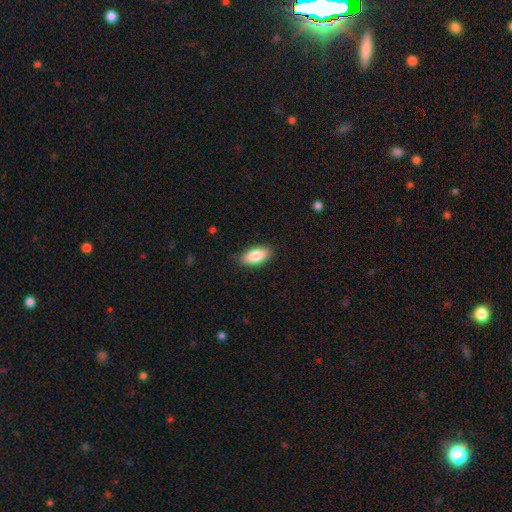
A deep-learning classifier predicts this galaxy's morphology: A smooth galaxy with no disk features (83%) that is in between round and cigar-shaped (90%). Merging: none (83%).